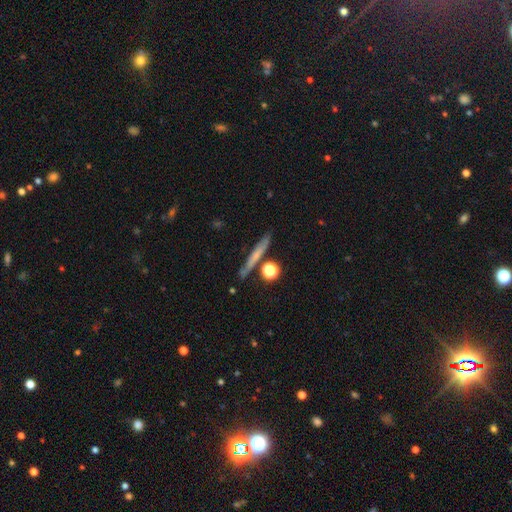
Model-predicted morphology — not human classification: This appears to be a smooth galaxy with no disk features (51%) that is cigar-shaped (80%). Merging: none (78%).